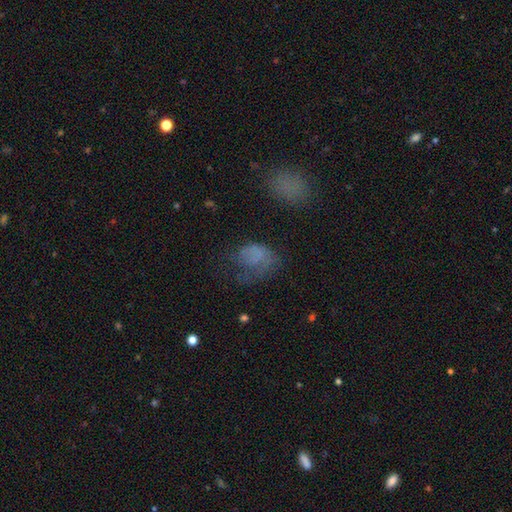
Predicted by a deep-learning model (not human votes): Smooth or featured? smooth (57%)
How rounded? in between (68%)
Merging? major disturbance (43%)